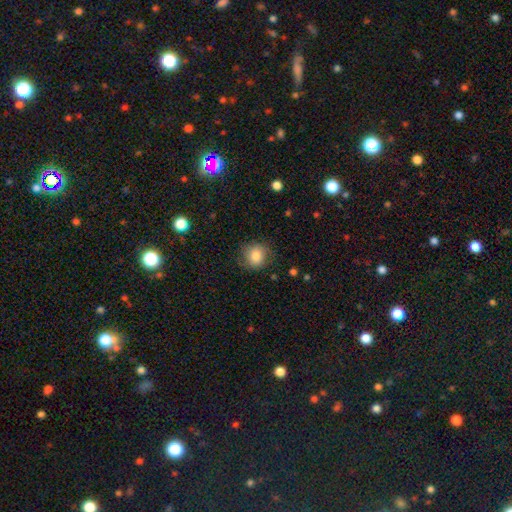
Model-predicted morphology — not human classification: A smooth galaxy with no disk features (82%) that is round (82%).

Vote fractions:
- Smooth or featured? smooth: 82% / star or artifact: 9% / featured or disk: 9%
- How rounded? round: 82% / in between: 17% / cigar-shaped: 1%
- Merging? none: 80% / minor disturbance: 15% / major disturbance: 5% / merger: 1%